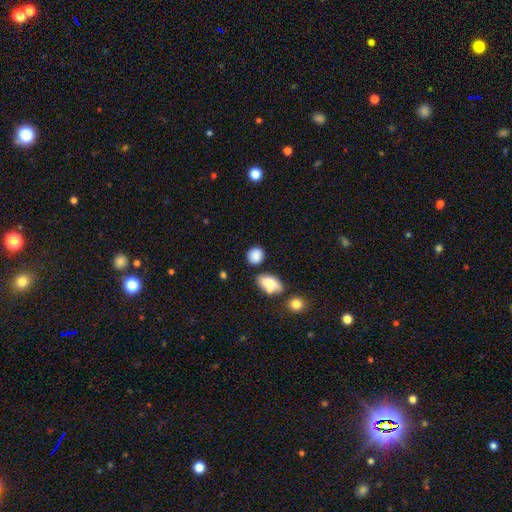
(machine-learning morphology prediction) smooth 85%, star or artifact 9%, featured or disk 6%. Down the decision tree: how rounded — round (69%); merging — none (75%).